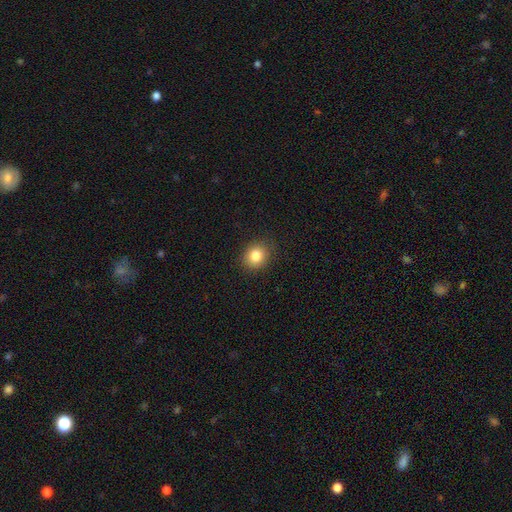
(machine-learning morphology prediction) Overall: smooth (83%). How rounded: round (69%; in between 30%). Merging: none (88%).